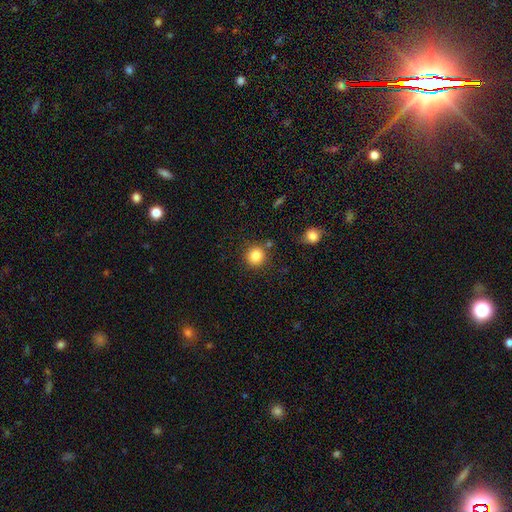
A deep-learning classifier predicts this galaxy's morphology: Smooth or featured? smooth (84%)
How rounded? round (91%)
Merging? none (84%)